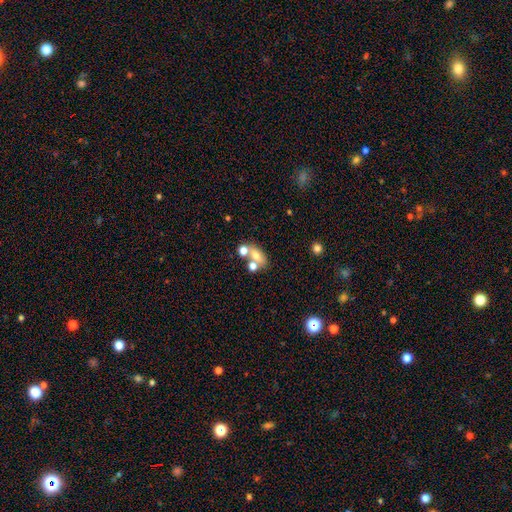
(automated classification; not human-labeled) A smooth galaxy with no disk features (62%) that is in between round and cigar-shaped (73%). Merging: merger (43%).